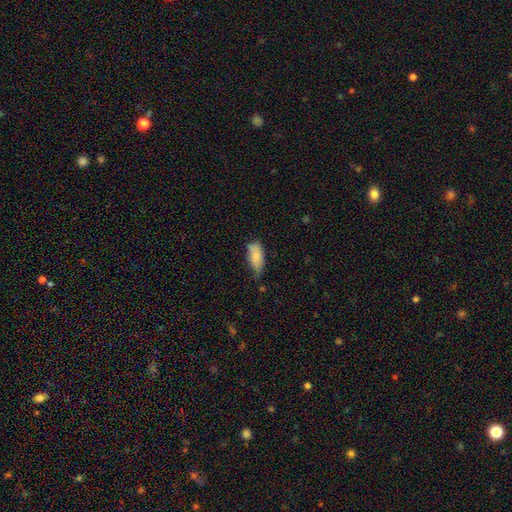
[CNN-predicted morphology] type=smooth (83%); roundness=in between (86%); merging=none (49%).